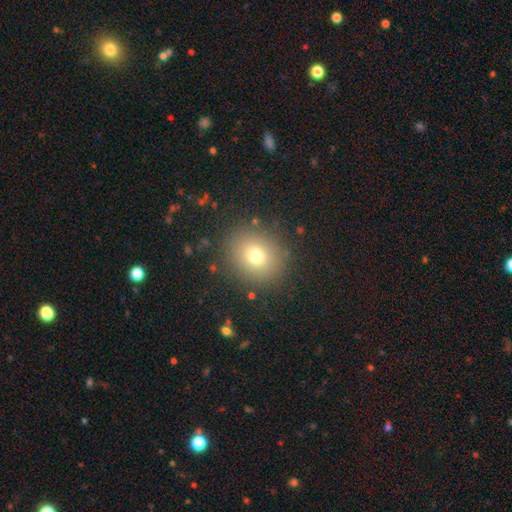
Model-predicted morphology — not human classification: Overall: smooth (74%). How rounded: round (75%). Merging: none (87%).